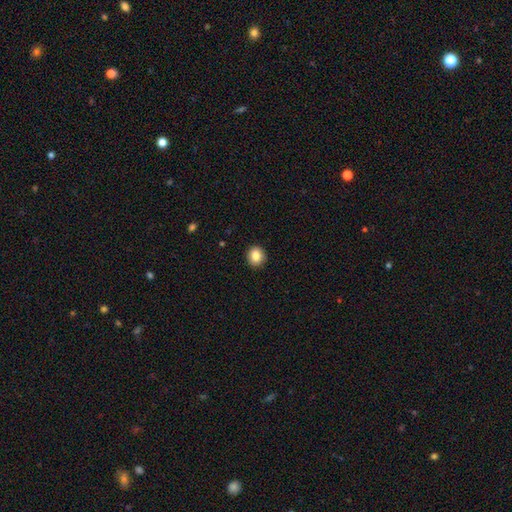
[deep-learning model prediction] smooth_or_featured: smooth (p=0.85) [alt: star or artifact p=0.09]
how_rounded: round (p=0.80) [alt: in between p=0.19]
merging: none (p=0.91) [alt: minor disturbance p=0.06]